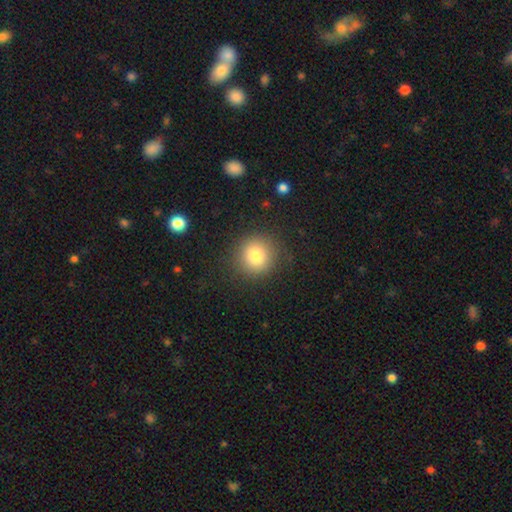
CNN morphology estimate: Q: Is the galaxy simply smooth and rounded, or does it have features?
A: smooth — 80%.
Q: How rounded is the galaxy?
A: round — 92%.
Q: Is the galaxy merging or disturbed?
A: none — 88%.